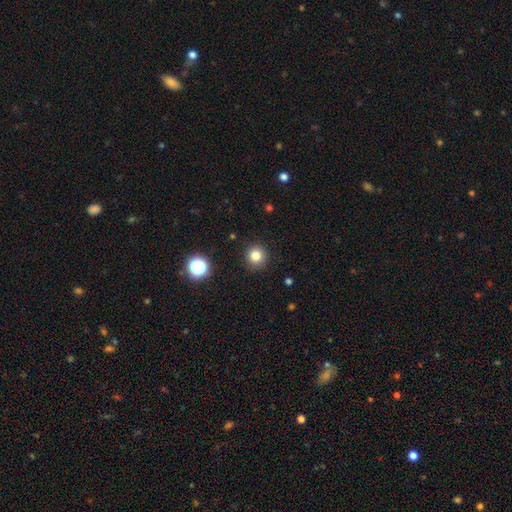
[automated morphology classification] The model was most divided on "smooth or featured": smooth: 81%, star or artifact: 13%, featured or disk: 6%. More confident: how rounded — round (94%); merging — none (91%).